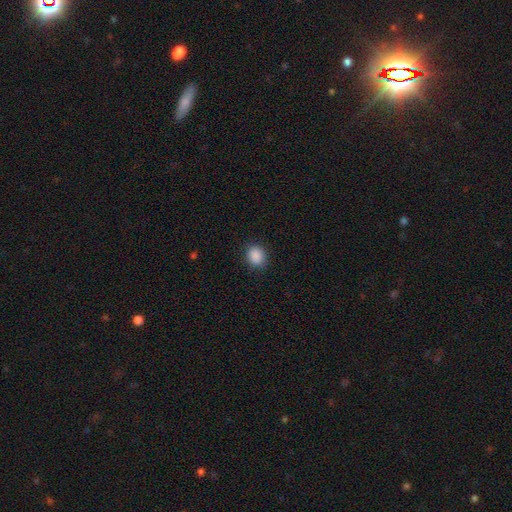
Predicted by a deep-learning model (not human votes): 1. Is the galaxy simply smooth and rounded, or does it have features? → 89% smooth, 9% star or artifact, 2% featured or disk.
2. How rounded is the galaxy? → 62% round, 37% in between, 1% cigar-shaped.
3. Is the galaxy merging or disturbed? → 89% none, 8% minor disturbance, 2% major disturbance, 1% merger.